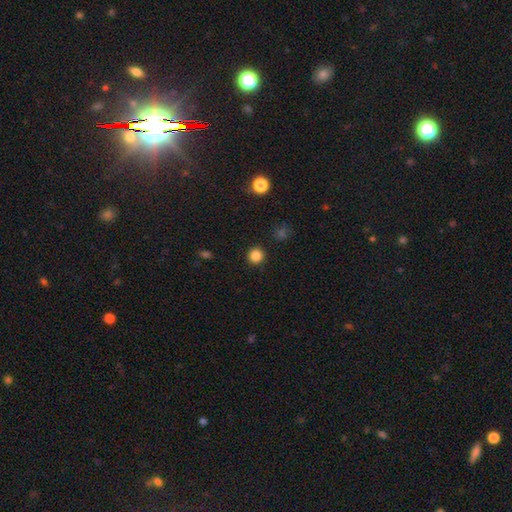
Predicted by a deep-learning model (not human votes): smooth-or-featured: smooth: 85% | star or artifact: 12% | featured or disk: 4%
  how-rounded: round: 94% | in between: 5% | cigar-shaped: 1%
  merging: none: 92% | minor disturbance: 5% | major disturbance: 2% | merger: 1%